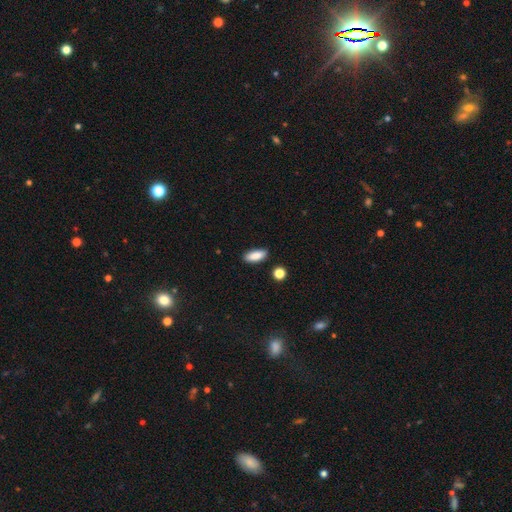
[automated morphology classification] Smooth or featured? smooth (87%)
How rounded? in between (80%)
Merging? none (84%)